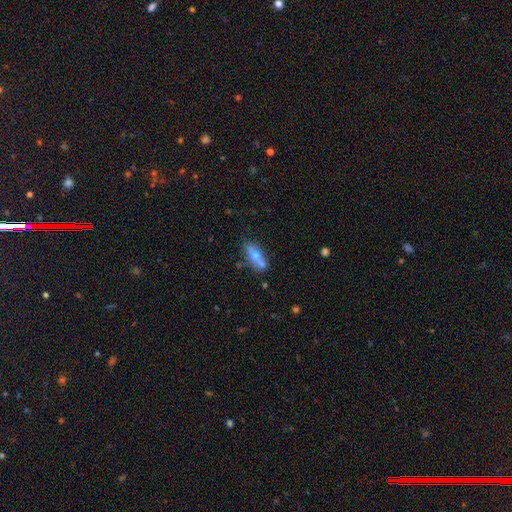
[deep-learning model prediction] Smooth or featured: smooth — 48% (featured or disk — 45%)
Merging: none — 59% (merger — 18%)